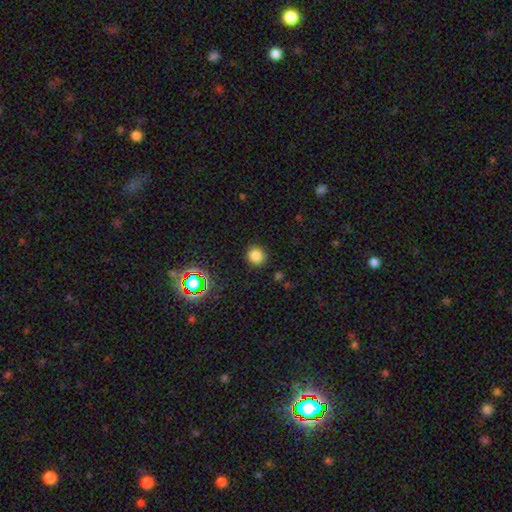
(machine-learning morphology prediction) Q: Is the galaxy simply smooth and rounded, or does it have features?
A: smooth — 79%.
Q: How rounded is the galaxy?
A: round — 90%.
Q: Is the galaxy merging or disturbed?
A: none — 88%.